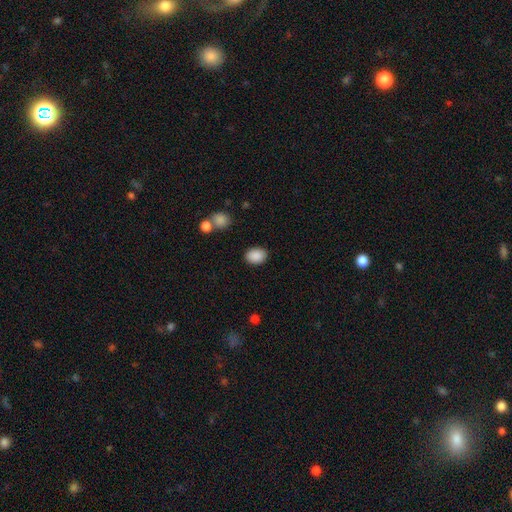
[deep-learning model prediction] Morphology: type=smooth (89%); roundness=in between (70%); merging=none (86%).